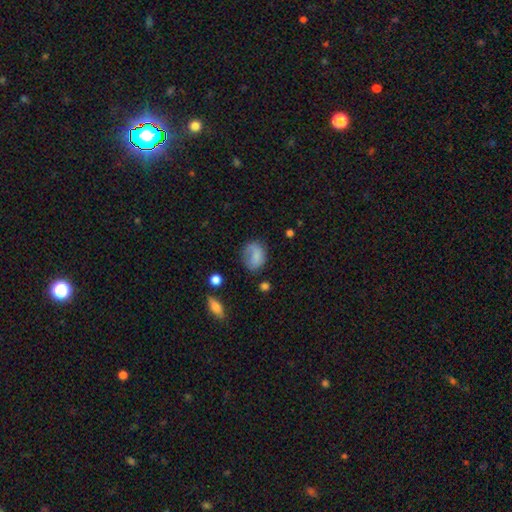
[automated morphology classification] A smooth galaxy with no disk features (73%) that is in between round and cigar-shaped (55%). Merging: none (50%).